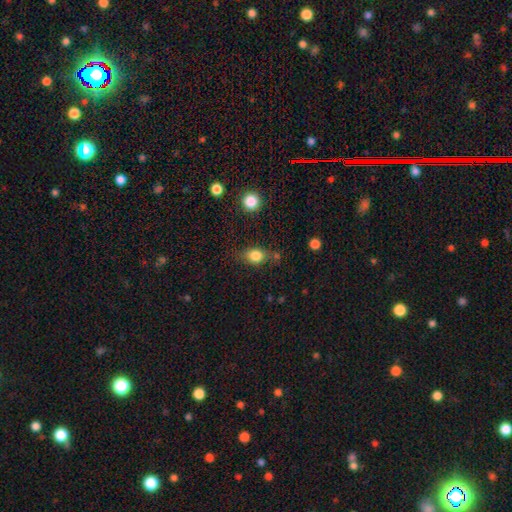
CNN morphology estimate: A smooth galaxy with no disk features (81%) that is in between round and cigar-shaped (55%). Merging: none (70%).